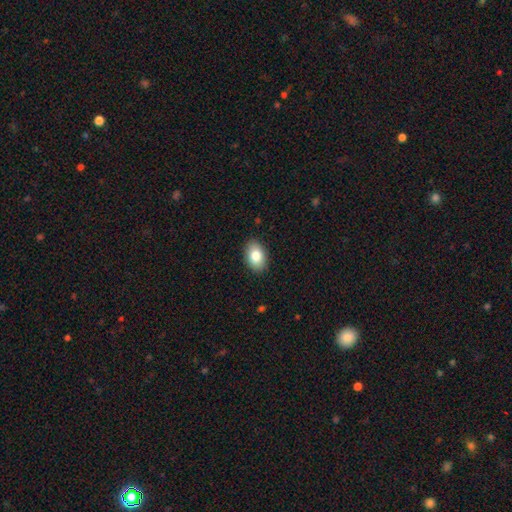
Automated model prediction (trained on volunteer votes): The model was most divided on "smooth or featured": smooth: 83%, featured or disk: 10%, star or artifact: 7%. More confident: merging — none (89%); how rounded — in between (89%).